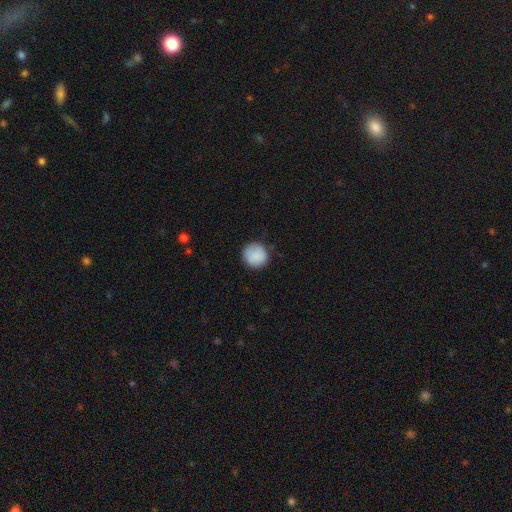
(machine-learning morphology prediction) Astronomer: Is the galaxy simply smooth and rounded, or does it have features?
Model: smooth — 88%.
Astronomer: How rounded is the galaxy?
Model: round — 93%.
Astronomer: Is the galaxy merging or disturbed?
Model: none — 85%.